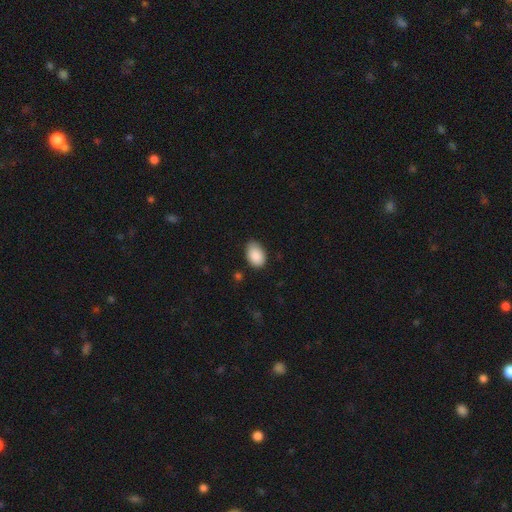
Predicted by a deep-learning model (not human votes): Smooth or featured? Predicted: smooth (p=0.89). How rounded? Predicted: in between (p=0.90). Merging? Predicted: none (p=0.75).